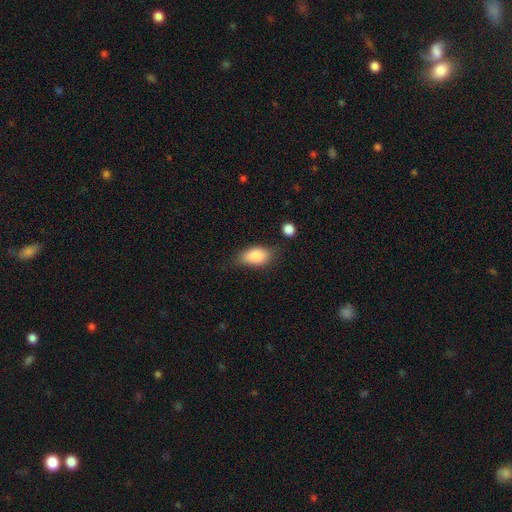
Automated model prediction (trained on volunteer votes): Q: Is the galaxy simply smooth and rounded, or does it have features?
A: smooth — 86%.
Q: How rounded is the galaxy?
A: in between — 90%.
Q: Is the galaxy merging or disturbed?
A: none — 64%.